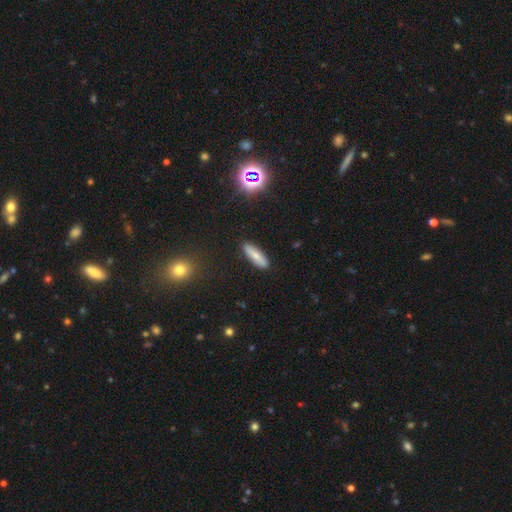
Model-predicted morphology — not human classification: A smooth galaxy with no disk features (66%) that is cigar-shaped (55%). Merging: none (88%).